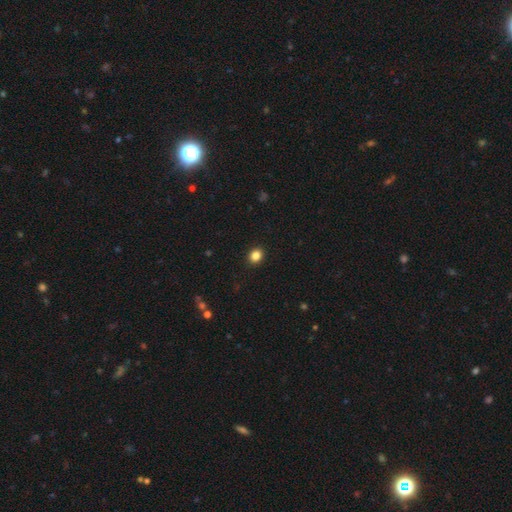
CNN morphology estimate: smooth 85%, star or artifact 11%, featured or disk 4%. Down the decision tree: how rounded — round (68%); merging — none (92%).